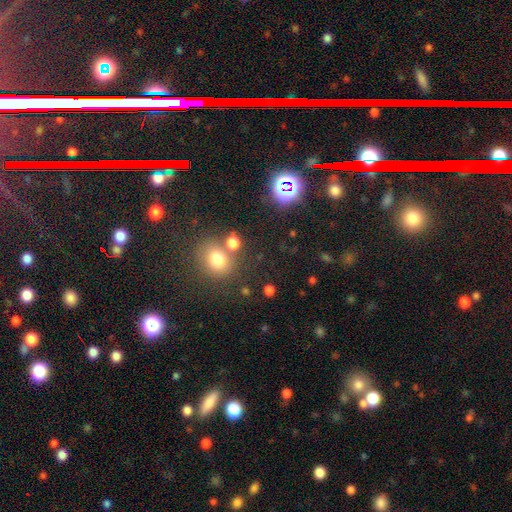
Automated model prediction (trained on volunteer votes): smooth-or-featured: star or artifact: 60% | smooth: 31% | featured or disk: 9%